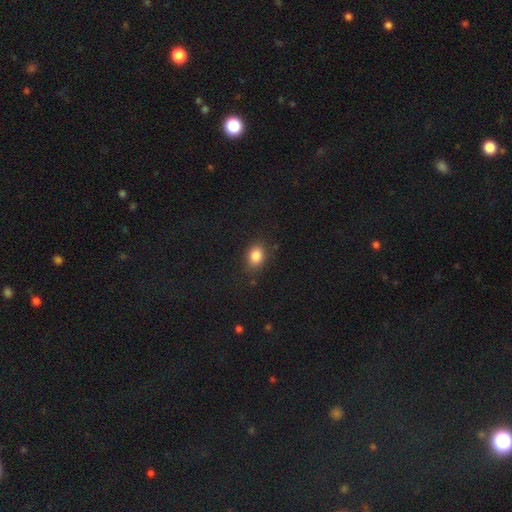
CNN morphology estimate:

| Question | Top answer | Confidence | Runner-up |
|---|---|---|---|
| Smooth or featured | smooth | 84% | star or artifact (10%) |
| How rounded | in between | 68% | round (31%) |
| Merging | none | 82% | minor disturbance (13%) |